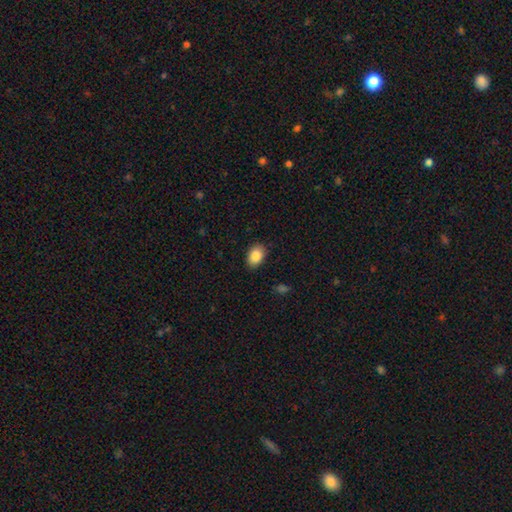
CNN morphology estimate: Smooth or featured: smooth — 86% (star or artifact — 8%)
How rounded: in between — 84% (round — 15%)
Merging: none — 87% (minor disturbance — 10%)